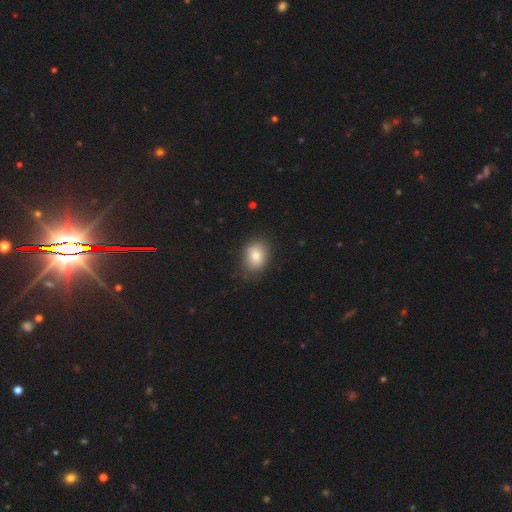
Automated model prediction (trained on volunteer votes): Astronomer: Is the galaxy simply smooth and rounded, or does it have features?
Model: smooth — 81%.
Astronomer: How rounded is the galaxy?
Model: in between — 57% (runner-up: round, 42%).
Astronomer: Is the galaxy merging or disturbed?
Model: none — 78%.